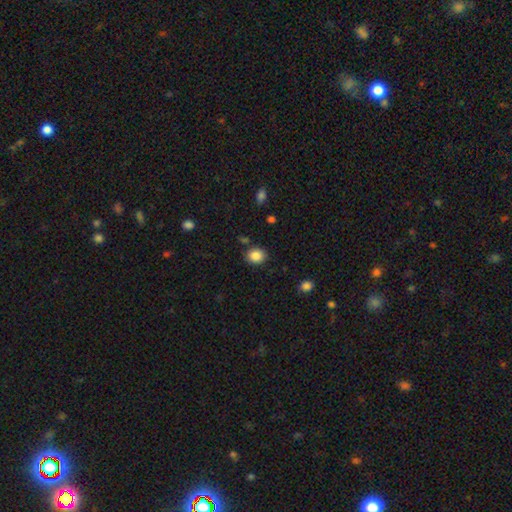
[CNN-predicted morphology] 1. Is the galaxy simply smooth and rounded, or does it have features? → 86% smooth, 9% star or artifact, 5% featured or disk.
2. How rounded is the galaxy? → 57% round, 42% in between, 1% cigar-shaped.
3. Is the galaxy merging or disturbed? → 85% none, 9% minor disturbance, 3% merger, 3% major disturbance.